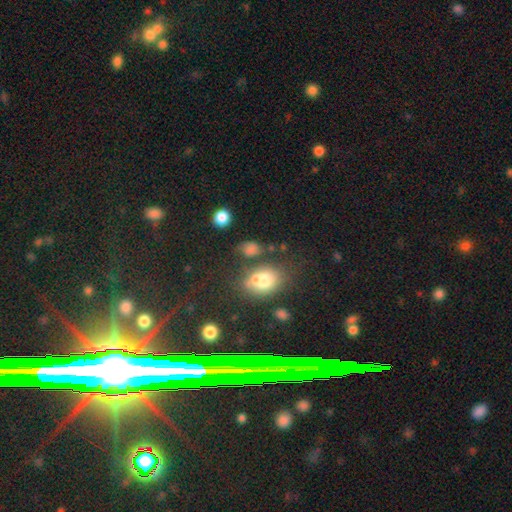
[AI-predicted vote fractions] This appears to be a smooth galaxy with no disk features (55%) that is in between round and cigar-shaped (50%). Merging: none (78%).